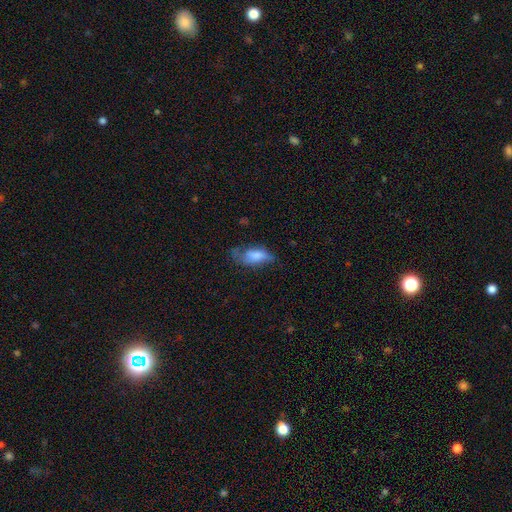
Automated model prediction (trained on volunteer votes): Smooth or featured? Predicted: smooth (p=0.70). How rounded? Predicted: in between (p=0.85). Merging? Predicted: none (p=0.38).